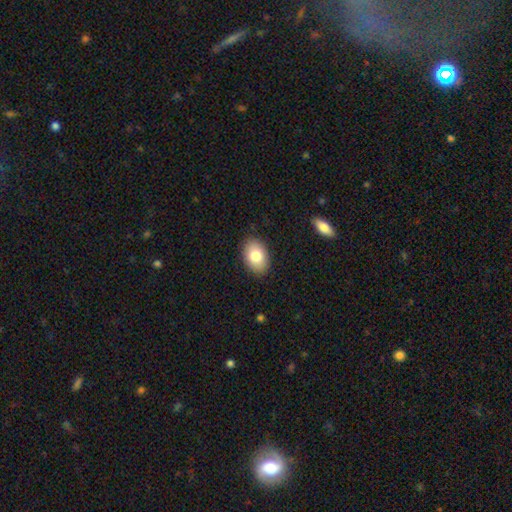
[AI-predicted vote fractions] A smooth galaxy with no disk features (82%) that is in between round and cigar-shaped (86%).

Vote fractions:
- Smooth or featured? smooth: 82% / featured or disk: 11% / star or artifact: 7%
- How rounded? in between: 86% / round: 13% / cigar-shaped: 1%
- Merging? none: 88% / minor disturbance: 9% / major disturbance: 2% / merger: 1%